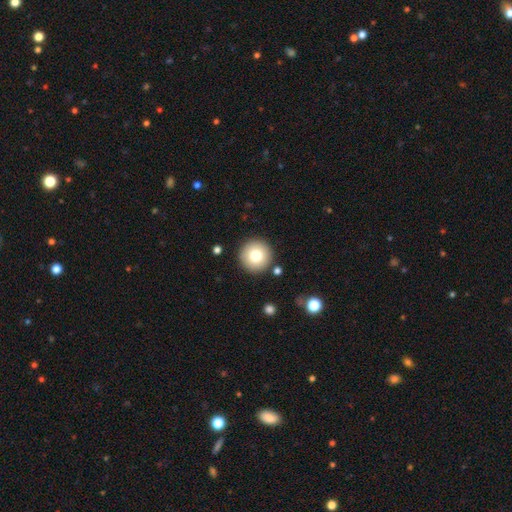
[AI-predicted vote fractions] smooth_or_featured: smooth (p=0.78) [alt: featured or disk p=0.12]
how_rounded: round (p=0.96) [alt: in between p=0.03]
merging: none (p=0.89) [alt: minor disturbance p=0.06]